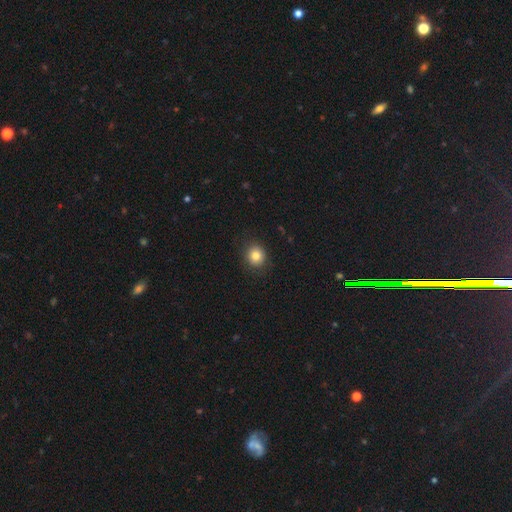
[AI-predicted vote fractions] Smooth or featured? Predicted: smooth (p=0.83). How rounded? Predicted: round (p=0.83). Merging? Predicted: none (p=0.89).